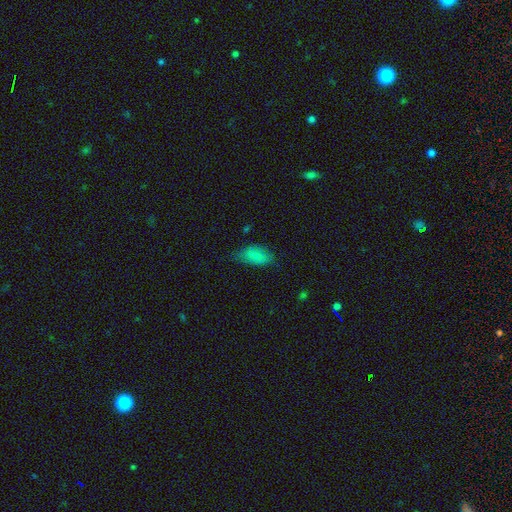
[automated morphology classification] type=smooth (84%); roundness=in between (91%); merging=none (60%).